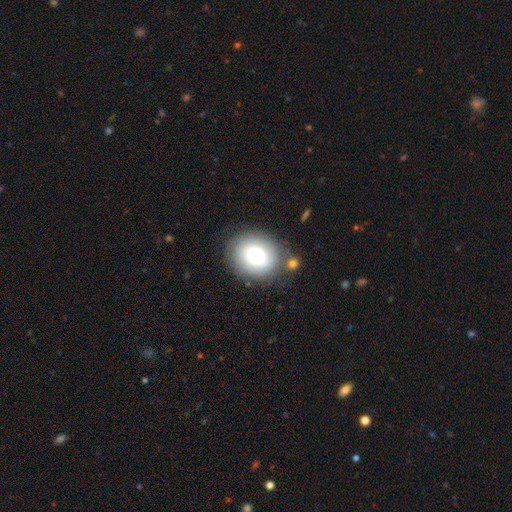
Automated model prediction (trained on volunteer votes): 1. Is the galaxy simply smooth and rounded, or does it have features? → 74% smooth, 17% featured or disk, 9% star or artifact.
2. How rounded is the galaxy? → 69% round, 30% in between, 1% cigar-shaped.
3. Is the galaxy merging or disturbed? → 75% none, 14% minor disturbance, 6% merger, 5% major disturbance.